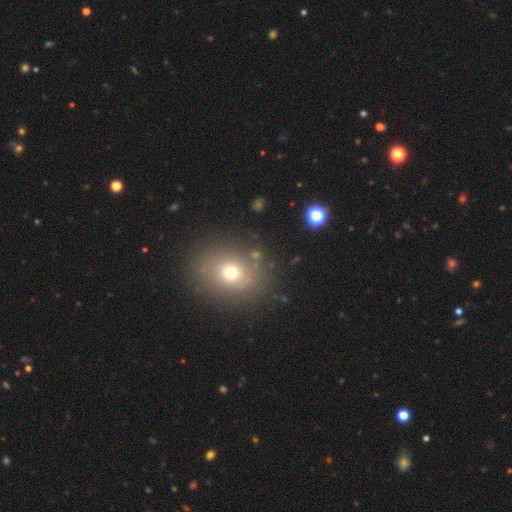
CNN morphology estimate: Smooth or featured? Predicted: smooth (p=0.66). How rounded? Predicted: round (p=0.62). Merging? Predicted: none (p=0.83).